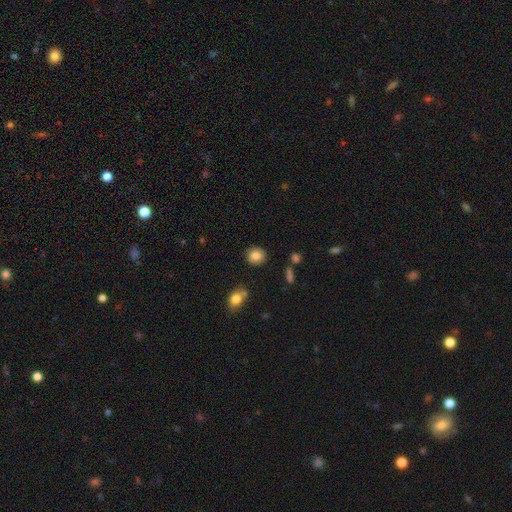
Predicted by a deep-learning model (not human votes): smooth_or_featured: smooth (p=0.82) [alt: featured or disk p=0.09]
how_rounded: round (p=0.81) [alt: in between p=0.18]
merging: none (p=0.87) [alt: minor disturbance p=0.08]